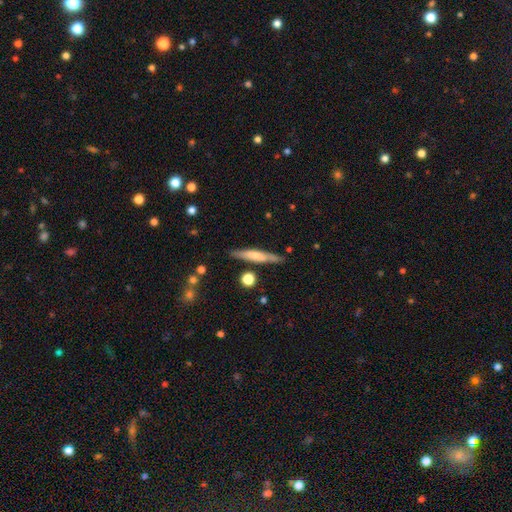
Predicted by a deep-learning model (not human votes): smooth_or_featured: smooth (p=0.52) [alt: featured or disk p=0.42]
how_rounded: cigar-shaped (p=0.91) [alt: in between p=0.07]
merging: none (p=0.82) [alt: minor disturbance p=0.12]